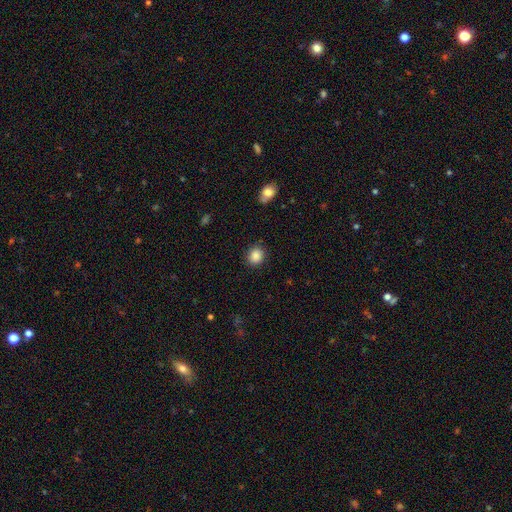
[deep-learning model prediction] This appears to be a smooth galaxy with no disk features (87%) that is round (78%). Merging: none (89%).